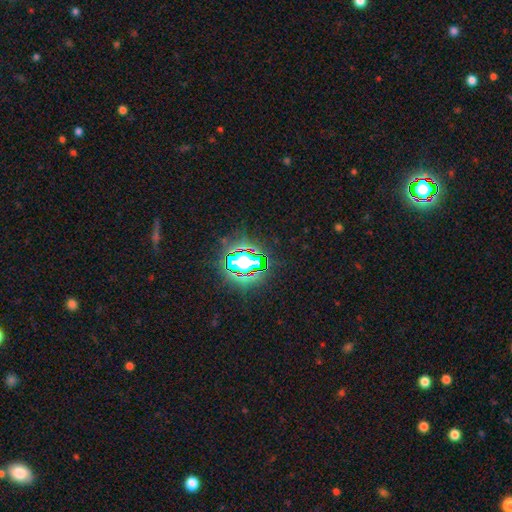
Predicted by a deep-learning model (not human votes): Smooth or featured? star or artifact (72%)